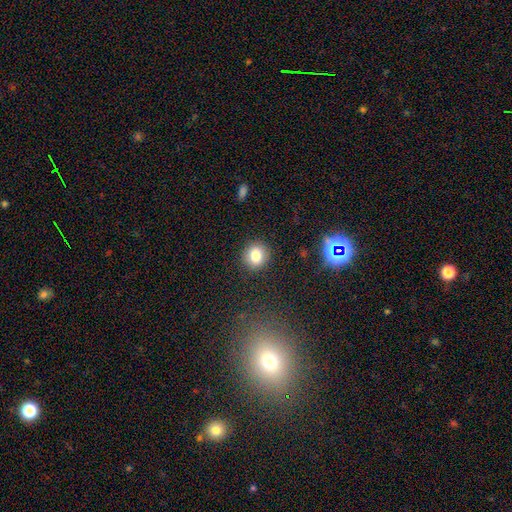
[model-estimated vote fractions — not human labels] smooth_or_featured: smooth (p=0.81) [alt: star or artifact p=0.11]
how_rounded: round (p=0.78) [alt: in between p=0.21]
merging: none (p=0.89) [alt: minor disturbance p=0.07]